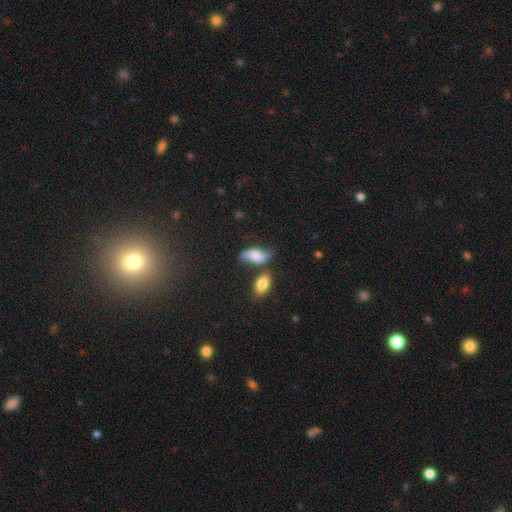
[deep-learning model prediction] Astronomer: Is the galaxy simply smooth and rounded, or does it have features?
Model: smooth — 48% (runner-up: featured or disk, 42%).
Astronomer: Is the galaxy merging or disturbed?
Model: none — 49% (runner-up: minor disturbance, 25%).